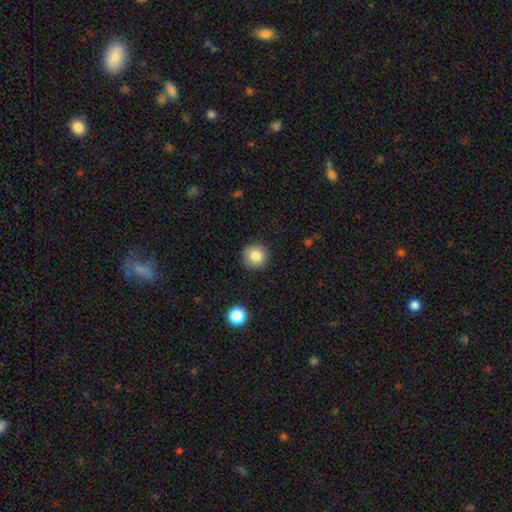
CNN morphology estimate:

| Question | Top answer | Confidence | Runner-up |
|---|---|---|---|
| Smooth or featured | smooth | 84% | star or artifact (10%) |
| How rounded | round | 95% | in between (4%) |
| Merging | none | 91% | minor disturbance (6%) |